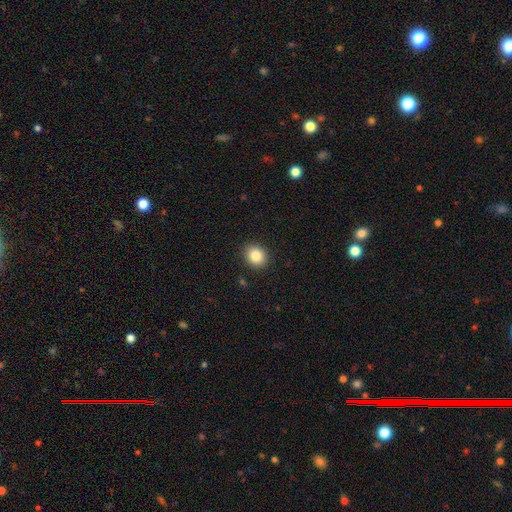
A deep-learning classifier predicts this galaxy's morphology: This appears to be a smooth galaxy with no disk features (85%) that is round (71%). Merging: none (90%).